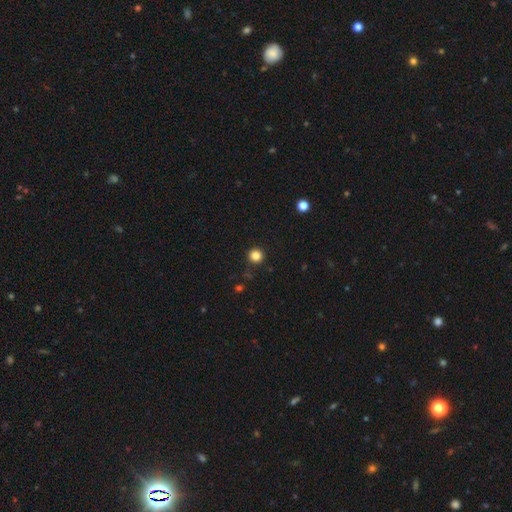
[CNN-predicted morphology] This appears to be a smooth galaxy with no disk features (84%) that is round (95%). Merging: none (92%).